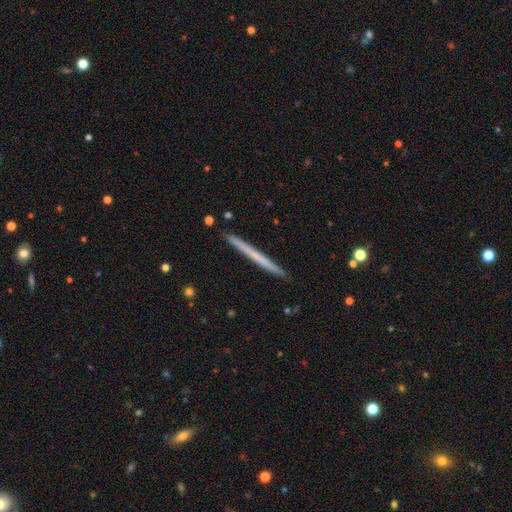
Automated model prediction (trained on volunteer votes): This appears to be a smooth galaxy with no disk features (50%) that is cigar-shaped (97%). Merging: none (92%).